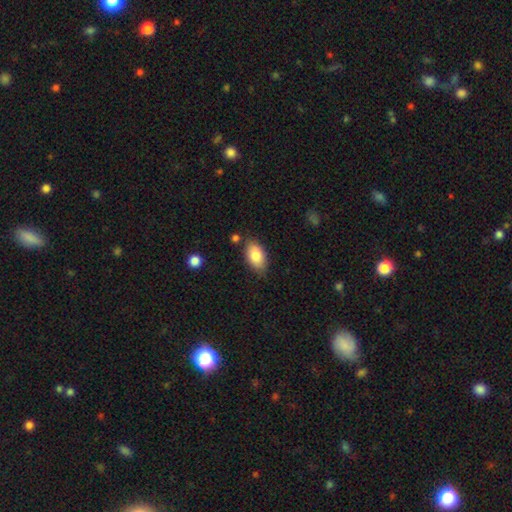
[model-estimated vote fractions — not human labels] smooth_or_featured: smooth (p=0.82) [alt: featured or disk p=0.11]
how_rounded: in between (p=0.92) [alt: round p=0.05]
merging: none (p=0.77) [alt: minor disturbance p=0.16]